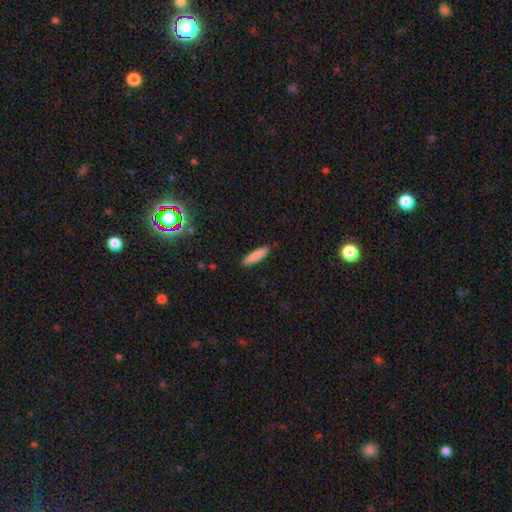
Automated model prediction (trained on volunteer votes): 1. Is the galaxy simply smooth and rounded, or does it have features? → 85% smooth, 8% featured or disk, 7% star or artifact.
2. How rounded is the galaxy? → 81% cigar-shaped, 18% in between, 1% round.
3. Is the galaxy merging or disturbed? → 90% none, 7% minor disturbance, 2% major disturbance, 1% merger.